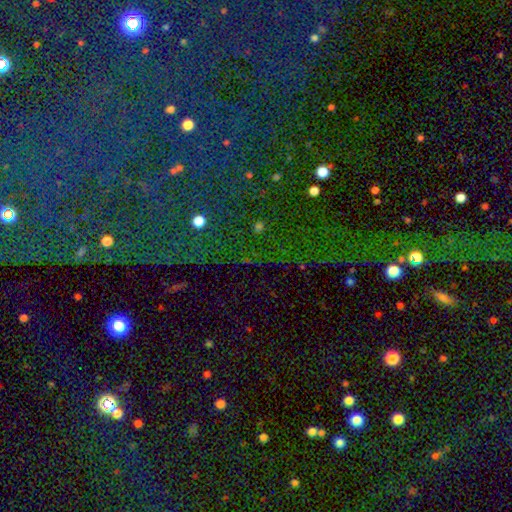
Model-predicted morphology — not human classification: This is likely a star or artifact rather than a galaxy (78%).